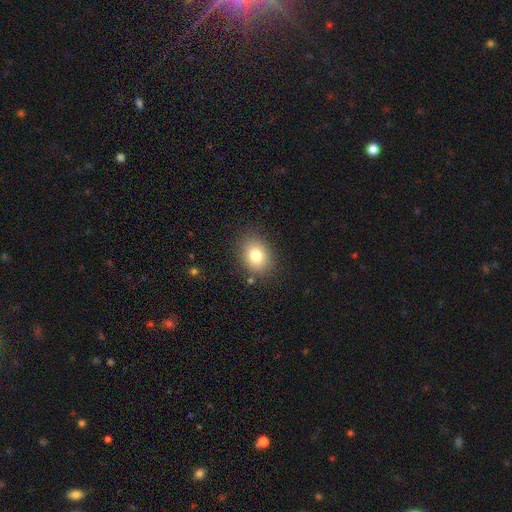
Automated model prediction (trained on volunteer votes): smooth-or-featured: smooth: 79% | star or artifact: 11% | featured or disk: 10%
  how-rounded: in between: 56% | round: 43% | cigar-shaped: 1%
  merging: none: 84% | minor disturbance: 10% | major disturbance: 3% | merger: 2%